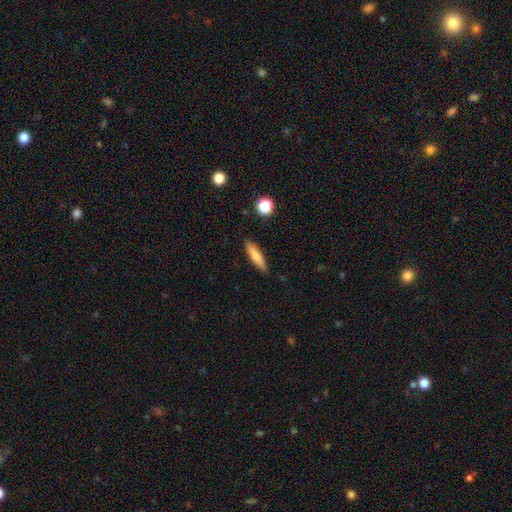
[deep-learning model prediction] This appears to be a smooth galaxy with no disk features (75%) that is cigar-shaped (76%). Merging: none (88%).